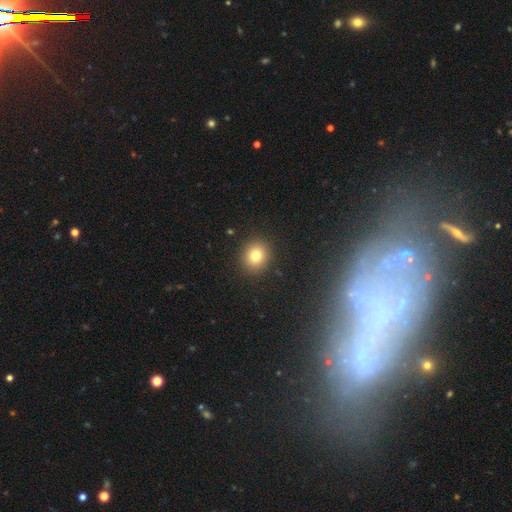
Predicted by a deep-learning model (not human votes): This appears to be a smooth galaxy with no disk features (81%) that is round (78%). Merging: none (89%).